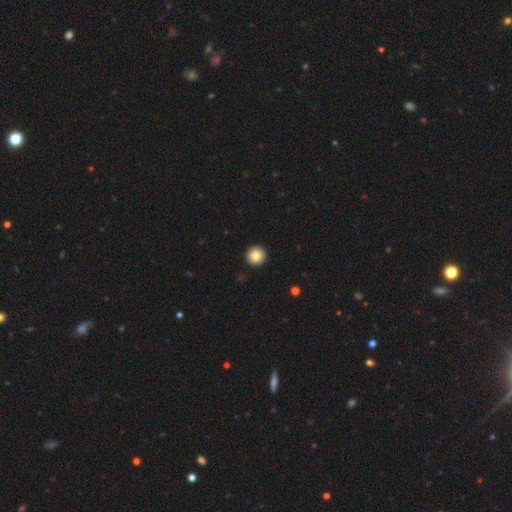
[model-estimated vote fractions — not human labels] smooth 82%, star or artifact 9%, featured or disk 9%. Down the decision tree: how rounded — round (96%); merging — none (94%).